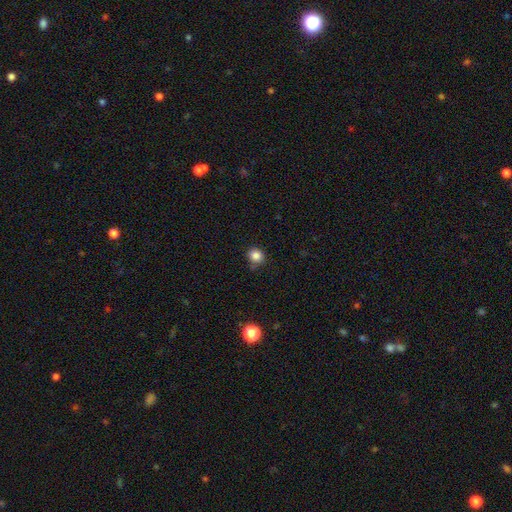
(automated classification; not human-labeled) A smooth galaxy with no disk features (84%) that is round (83%). Merging: none (80%).